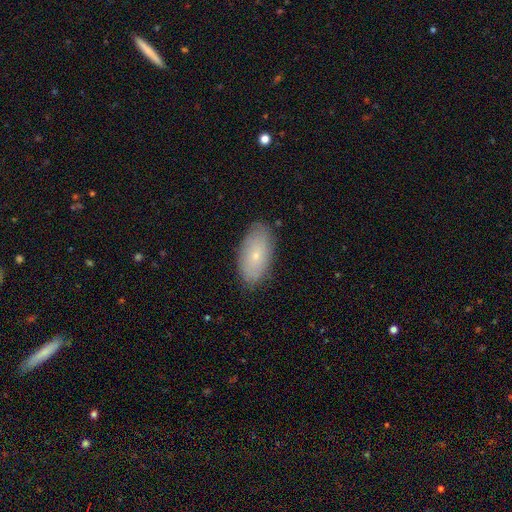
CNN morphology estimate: Overall: smooth (65%; featured or disk 28%). How rounded: in between (93%). Merging: none (83%).